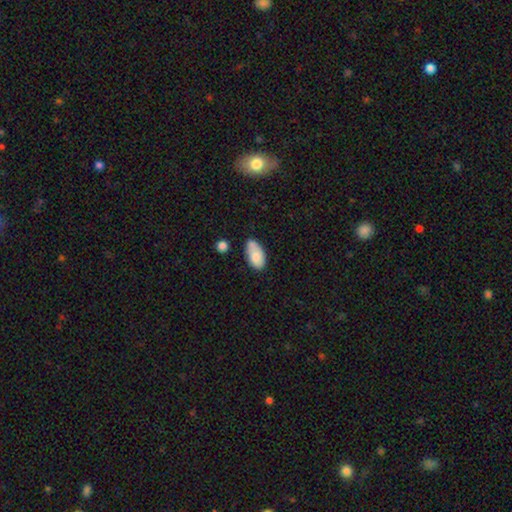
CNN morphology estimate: Smooth or featured?
  - smooth: 78% *
  - featured or disk: 15%
  - star or artifact: 7%
How rounded?
  - in between: 94% *
  - round: 4%
  - cigar-shaped: 2%
Merging?
  - none: 51% *
  - minor disturbance: 31%
  - merger: 12%
  - major disturbance: 6%